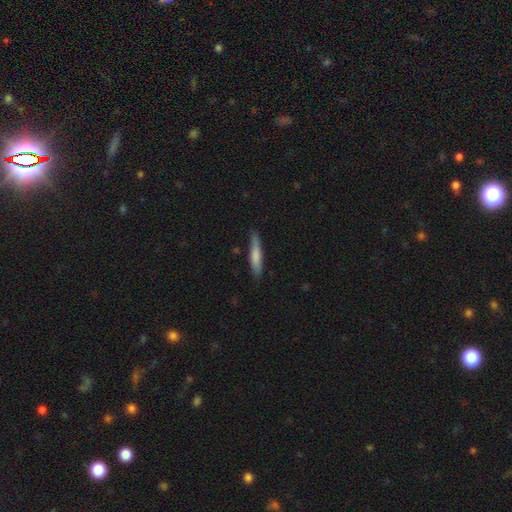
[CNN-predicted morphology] The model was most divided on "smooth or featured": smooth: 75%, featured or disk: 20%, star or artifact: 5%. More confident: how rounded — cigar-shaped (85%); merging — none (80%).